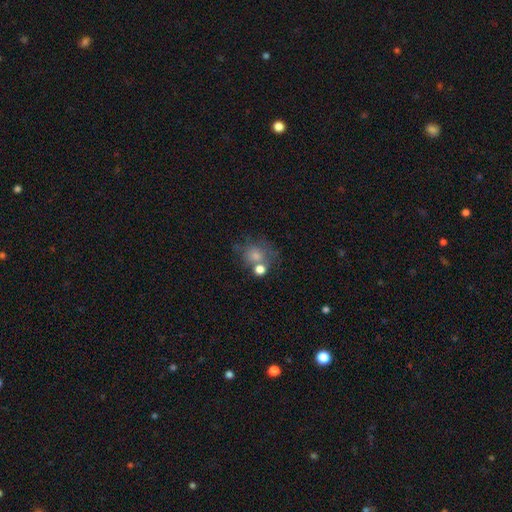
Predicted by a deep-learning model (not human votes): smooth 56%, star or artifact 23%, featured or disk 22%. Down the decision tree: how rounded — round (74%); merging — none (53%).